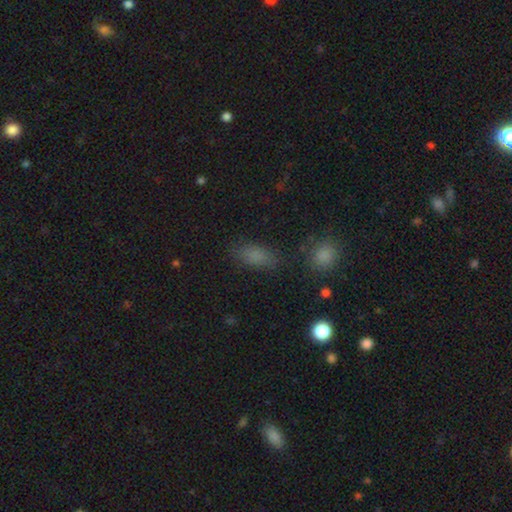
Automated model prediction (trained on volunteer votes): Q: Smooth or featured?
A: smooth (77%); runner-up: star or artifact (16%)
Q: How rounded?
A: in between (84%); runner-up: cigar-shaped (10%)
Q: Merging?
A: none (75%); runner-up: minor disturbance (15%)